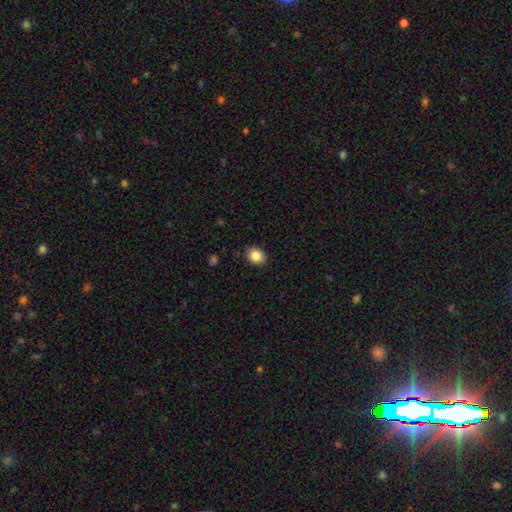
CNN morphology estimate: smooth_or_featured: smooth (p=0.86) [alt: star or artifact p=0.09]
how_rounded: in between (p=0.60) [alt: round p=0.39]
merging: none (p=0.88) [alt: minor disturbance p=0.09]